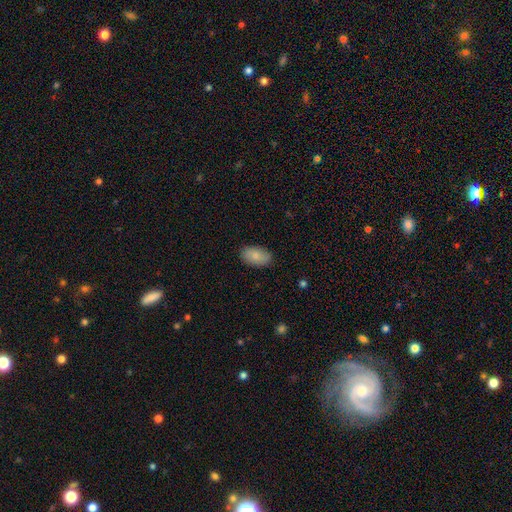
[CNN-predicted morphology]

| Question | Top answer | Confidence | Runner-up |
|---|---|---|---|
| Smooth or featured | smooth | 84% | featured or disk (9%) |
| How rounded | in between | 94% | round (5%) |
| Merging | none | 86% | minor disturbance (11%) |